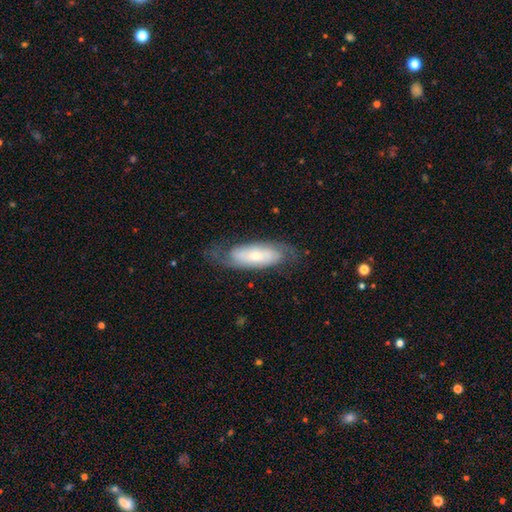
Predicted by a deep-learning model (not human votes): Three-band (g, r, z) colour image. It shows a featured or disk galaxy (57%). Merging: none (67%).